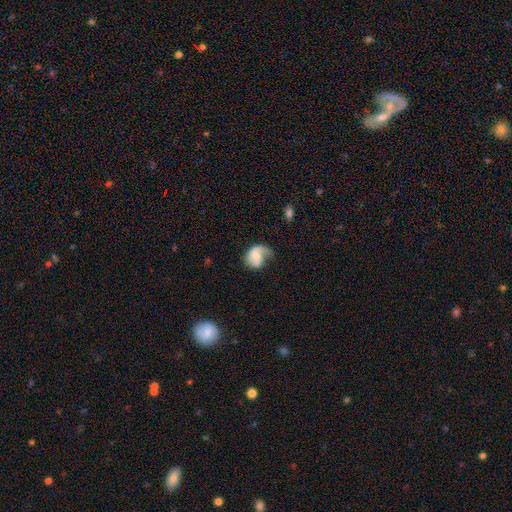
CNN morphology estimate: This is possibly a featured or disk galaxy (59%). It is clearly not viewed edge-on (98%). Bar: likely no (60%). Spiral arm pattern: clearly yes (89%). Spiral arm count: possibly 1 (54%). Spiral winding: possibly loose (47%). Central bulge: marginally small (37%). Merging: marginally none (38%).